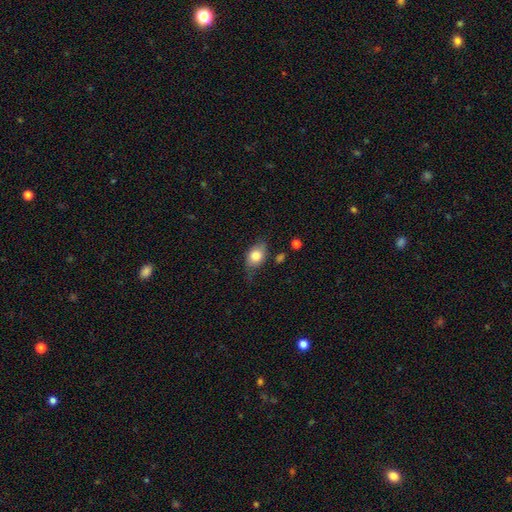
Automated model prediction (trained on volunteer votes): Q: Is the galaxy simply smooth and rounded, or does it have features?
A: smooth — 75%.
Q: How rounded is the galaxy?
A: in between — 76%.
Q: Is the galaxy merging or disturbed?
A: none — 57%.